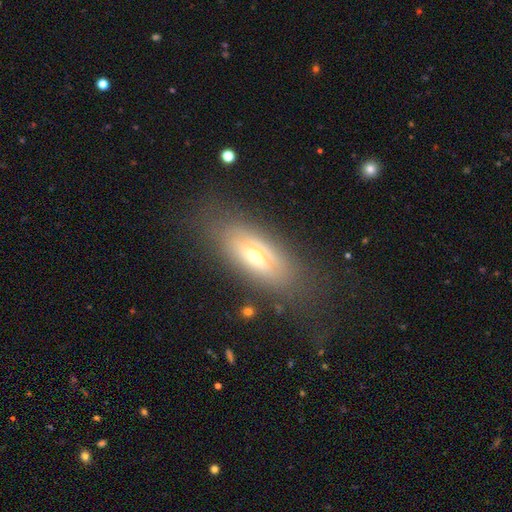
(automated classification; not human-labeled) Smooth or featured? Predicted: featured or disk (p=0.52). Edge-on disk? Predicted: no (p=0.53). Merging? Predicted: none (p=0.69).